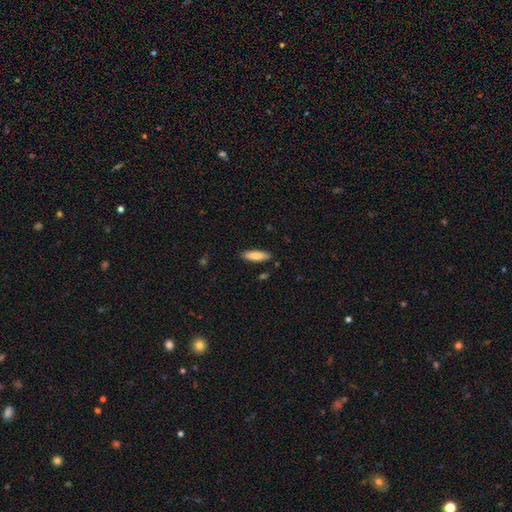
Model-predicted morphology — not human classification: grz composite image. It shows a smooth galaxy with no disk features (80%) that is cigar-shaped (50%). Merging: none (86%).